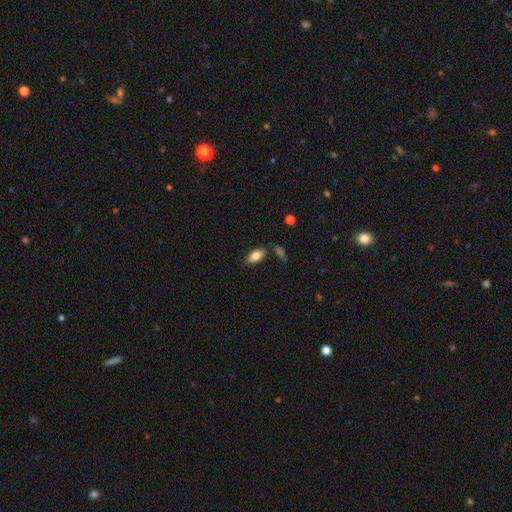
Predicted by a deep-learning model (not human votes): Q: Smooth or featured?
A: smooth (81%); runner-up: featured or disk (11%)
Q: How rounded?
A: in between (91%); runner-up: cigar-shaped (6%)
Q: Merging?
A: none (81%); runner-up: minor disturbance (12%)